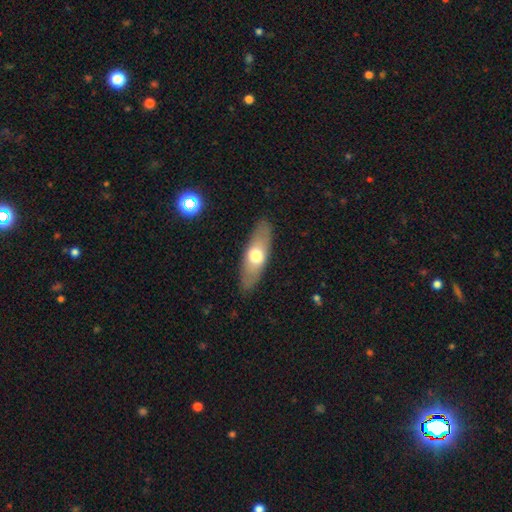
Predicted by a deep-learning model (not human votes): smooth_or_featured: smooth (p=0.59) [alt: featured or disk p=0.35]
how_rounded: in between (p=0.59) [alt: cigar-shaped p=0.38]
merging: none (p=0.87) [alt: minor disturbance p=0.09]